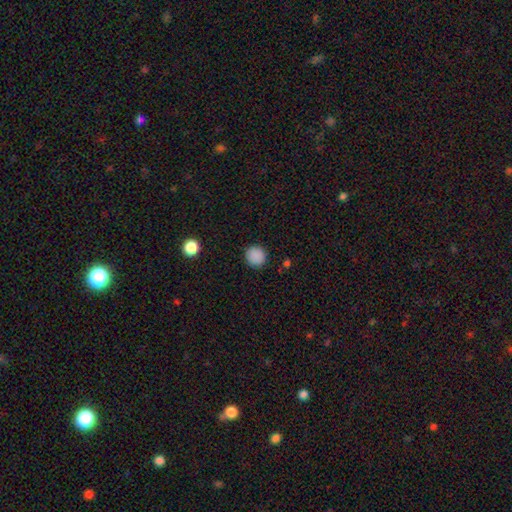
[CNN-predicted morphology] The model was most divided on "smooth or featured": smooth: 87%, star or artifact: 10%, featured or disk: 3%. More confident: how rounded — round (92%); merging — none (91%).